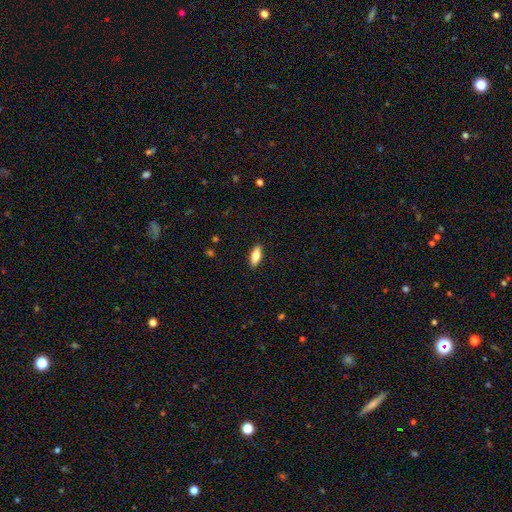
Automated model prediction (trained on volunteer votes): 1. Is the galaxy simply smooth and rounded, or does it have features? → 71% smooth, 23% featured or disk, 6% star or artifact.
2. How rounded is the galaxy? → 72% in between, 26% cigar-shaped, 3% round.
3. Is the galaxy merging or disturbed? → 89% none, 8% minor disturbance, 2% major disturbance, 1% merger.